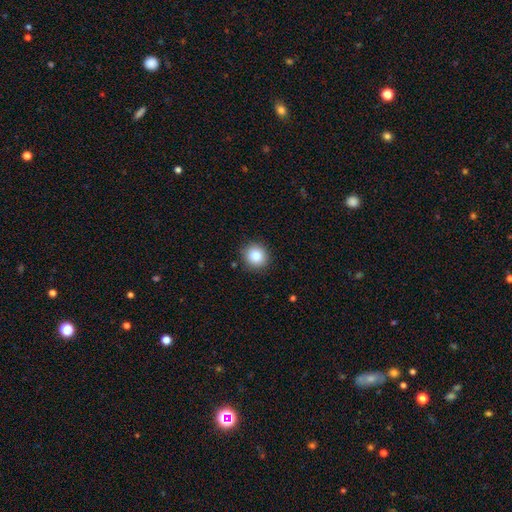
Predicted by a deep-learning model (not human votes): The model was most divided on "smooth or featured": smooth: 84%, star or artifact: 10%, featured or disk: 6%. More confident: merging — none (90%); how rounded — round (90%).